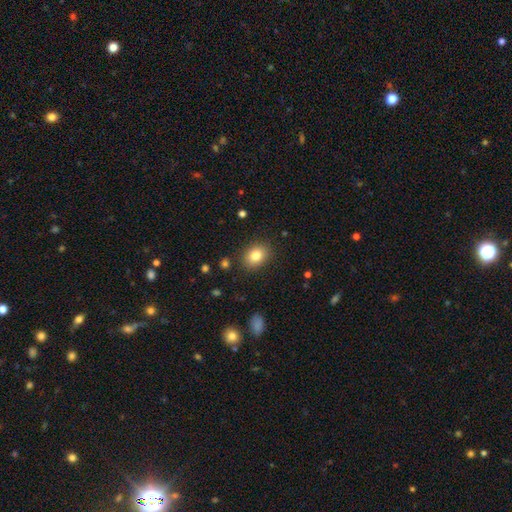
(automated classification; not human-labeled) A smooth galaxy with no disk features (82%) that is in between round and cigar-shaped (60%).

Vote fractions:
- Smooth or featured? smooth: 82% / star or artifact: 10% / featured or disk: 8%
- How rounded? in between: 60% / round: 39% / cigar-shaped: 1%
- Merging? none: 87% / minor disturbance: 9% / major disturbance: 3% / merger: 1%